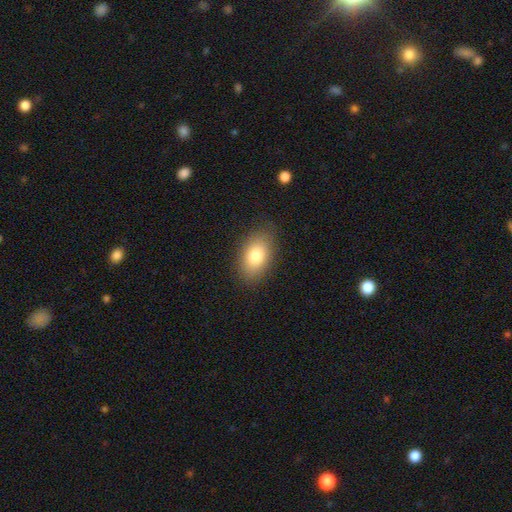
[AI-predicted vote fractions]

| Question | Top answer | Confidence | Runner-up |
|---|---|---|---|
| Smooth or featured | smooth | 81% | featured or disk (11%) |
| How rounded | in between | 91% | round (7%) |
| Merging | none | 83% | minor disturbance (13%) |